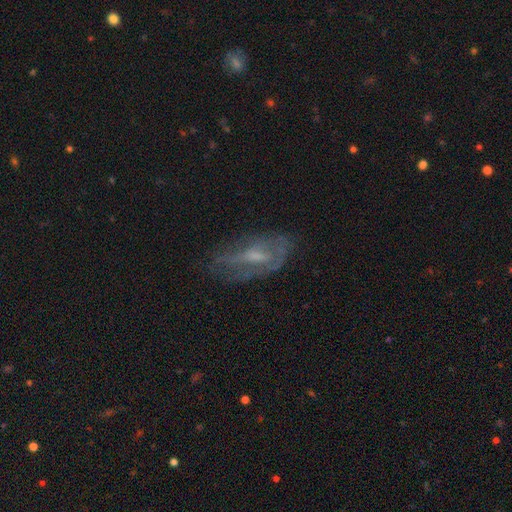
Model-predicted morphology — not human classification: Q: Smooth or featured?
A: featured or disk (59%); runner-up: smooth (27%)
Q: Edge-on disk?
A: no (83%); runner-up: yes (17%)
Q: Merging?
A: none (64%); runner-up: minor disturbance (22%)